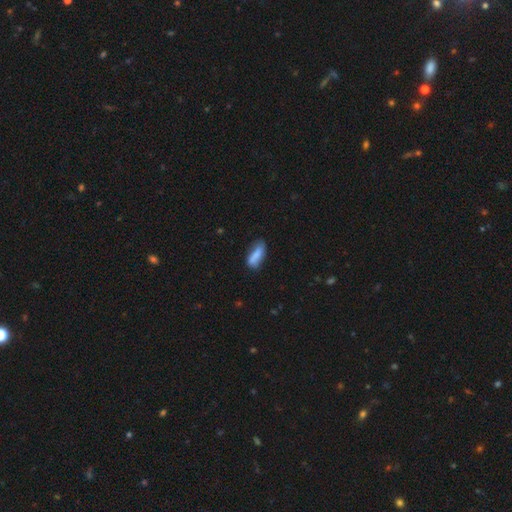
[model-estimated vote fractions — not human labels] A smooth galaxy with no disk features (78%) that is in between round and cigar-shaped (64%). Merging: none (57%).